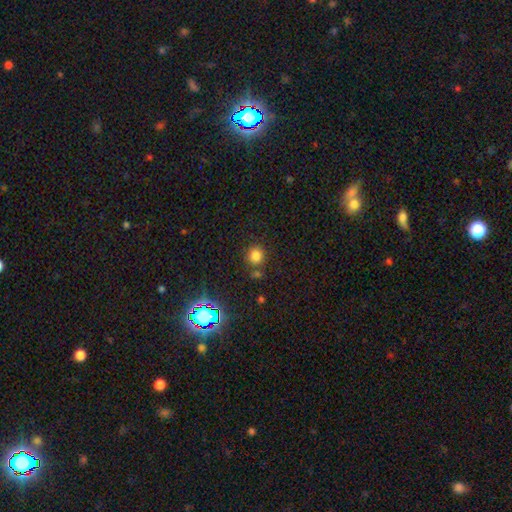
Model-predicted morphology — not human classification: A smooth galaxy with no disk features (78%) that is round (89%). Merging: none (77%).